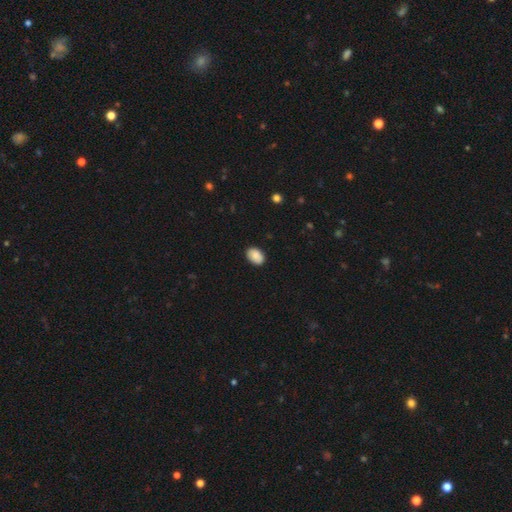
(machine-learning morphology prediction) A smooth galaxy with no disk features (87%) that is in between round and cigar-shaped (83%).

Vote fractions:
- Smooth or featured? smooth: 87% / star or artifact: 7% / featured or disk: 6%
- How rounded? in between: 83% / round: 16% / cigar-shaped: 1%
- Merging? none: 87% / minor disturbance: 10% / major disturbance: 2% / merger: 1%